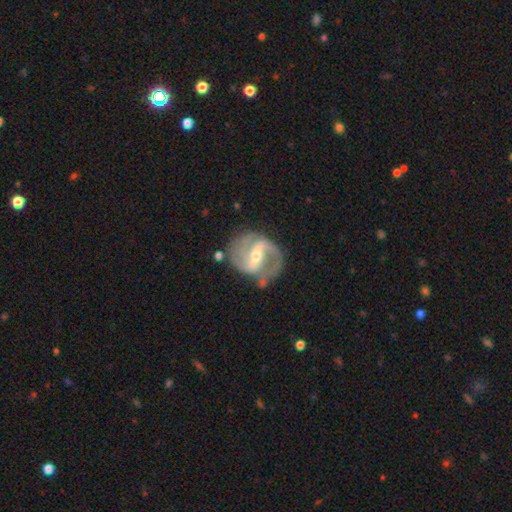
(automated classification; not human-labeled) smooth-or-featured: featured or disk: 90% | smooth: 5% | star or artifact: 5%
  disk-edge-on: no: 98% | yes: 2%
    bar: strong: 50% | weak: 38% | no: 12%
    has-spiral-arms: yes: 97% | no: 3%
      spiral-winding: medium: 54% | tight: 24% | loose: 23%
      spiral-arm-count: 2: 72% | 3: 14% | can't tell: 6% | 1: 3% | 4: 3% | more than 4: 2%
    bulge-size: small: 49% | moderate: 47% | large: 2% | none: 1% | dominant: 1%
  merging: none: 69% | minor disturbance: 18% | major disturbance: 9% | merger: 3%